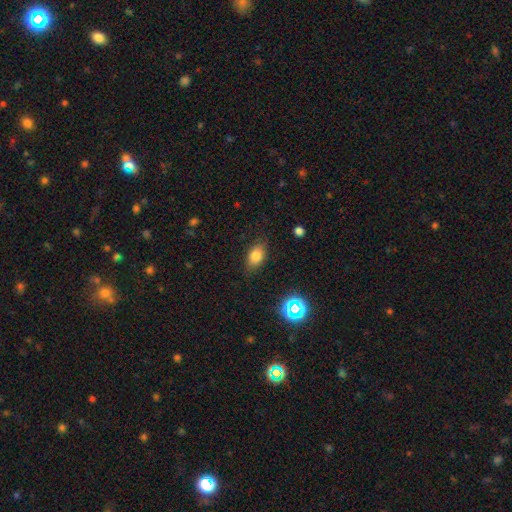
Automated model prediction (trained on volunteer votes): Q: Smooth or featured?
A: smooth (79%); runner-up: star or artifact (12%)
Q: How rounded?
A: in between (83%); runner-up: round (15%)
Q: Merging?
A: none (81%); runner-up: minor disturbance (14%)